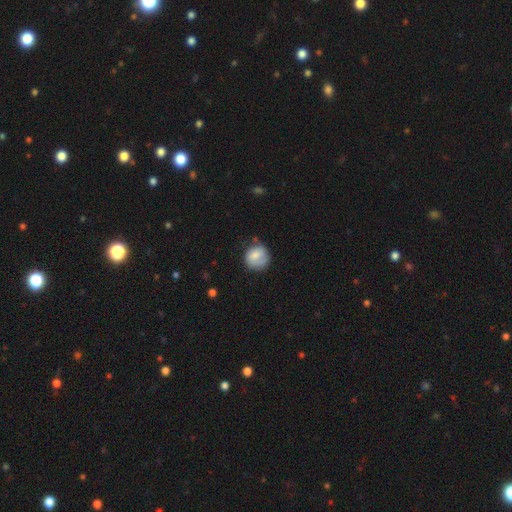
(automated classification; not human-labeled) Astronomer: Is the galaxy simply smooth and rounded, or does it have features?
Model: smooth — 70%.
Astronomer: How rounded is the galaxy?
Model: round — 84%.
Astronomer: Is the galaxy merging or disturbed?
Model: none — 63%.